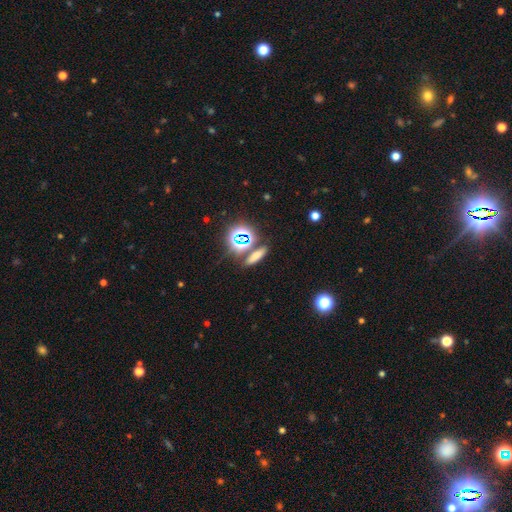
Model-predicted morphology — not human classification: Q: Smooth or featured?
A: smooth (58%); runner-up: star or artifact (28%)
Q: How rounded?
A: cigar-shaped (53%); runner-up: in between (32%)
Q: Merging?
A: none (77%); runner-up: merger (11%)